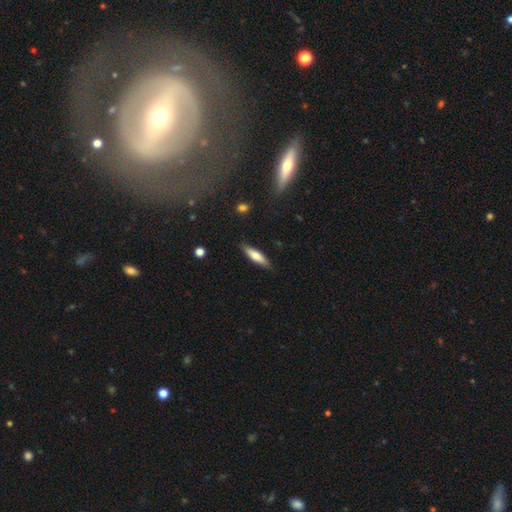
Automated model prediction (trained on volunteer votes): A smooth galaxy with no disk features (67%) that is cigar-shaped (71%).

Vote fractions:
- Smooth or featured? smooth: 67% / featured or disk: 28% / star or artifact: 6%
- How rounded? cigar-shaped: 71% / in between: 28% / round: 2%
- Merging? none: 86% / minor disturbance: 10% / major disturbance: 2% / merger: 1%